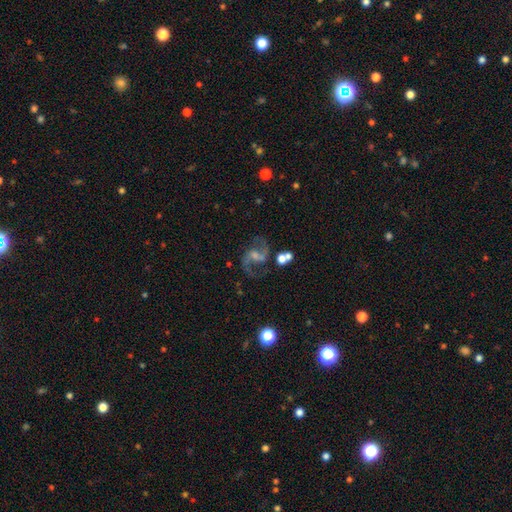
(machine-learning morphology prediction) Overall: featured or disk (85%). Edge-on disk: no (98%). Bar: weak (50%; no 33%). Spiral arms: yes (96%). Spiral arm count: 2 (92%). Spiral winding: loose (53%; medium 41%). Bulge size: small (39%; moderate 32%). Merging: none (67%).